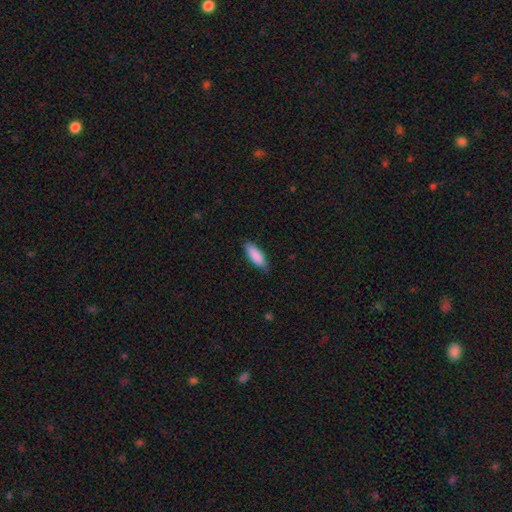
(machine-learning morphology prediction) Smooth or featured? smooth (87%)
How rounded? in between (62%)
Merging? none (80%)